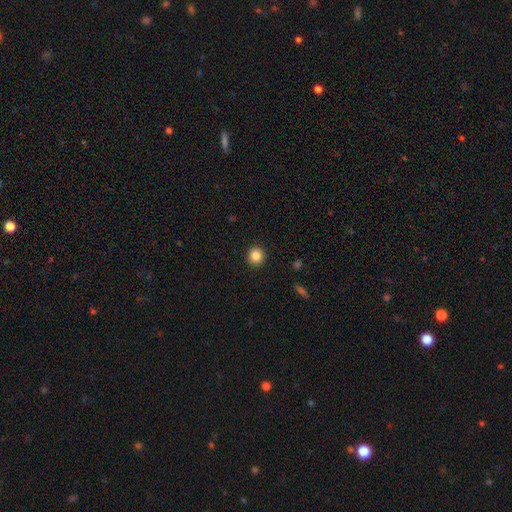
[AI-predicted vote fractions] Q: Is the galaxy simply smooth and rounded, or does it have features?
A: smooth — 85%.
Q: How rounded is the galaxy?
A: round — 92%.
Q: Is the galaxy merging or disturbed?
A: none — 93%.